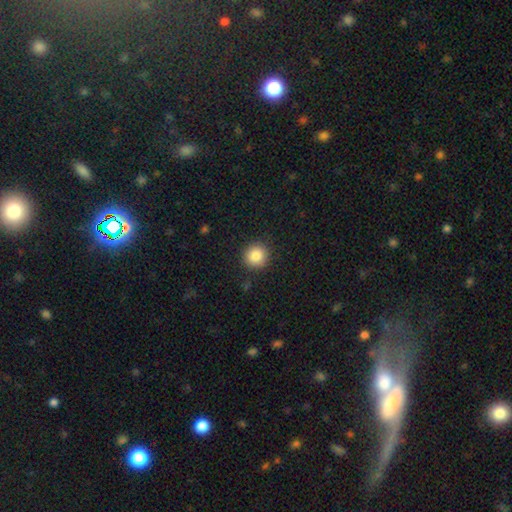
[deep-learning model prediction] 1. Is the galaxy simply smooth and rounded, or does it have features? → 85% smooth, 9% star or artifact, 5% featured or disk.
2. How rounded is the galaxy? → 91% round, 8% in between, 1% cigar-shaped.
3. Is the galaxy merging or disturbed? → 89% none, 8% minor disturbance, 2% major disturbance, 1% merger.